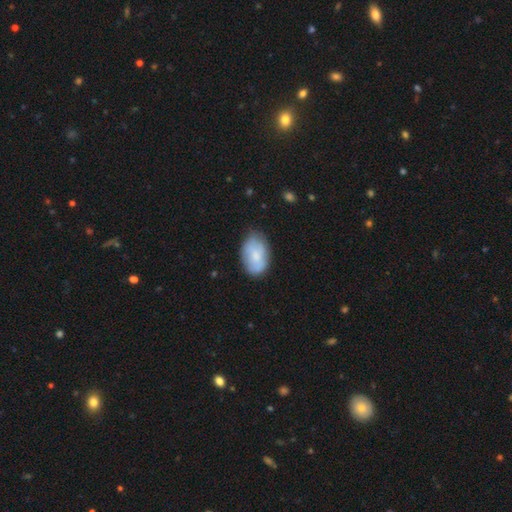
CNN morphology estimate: A smooth galaxy with no disk features (73%) that is in between round and cigar-shaped (90%). Merging: none (70%).